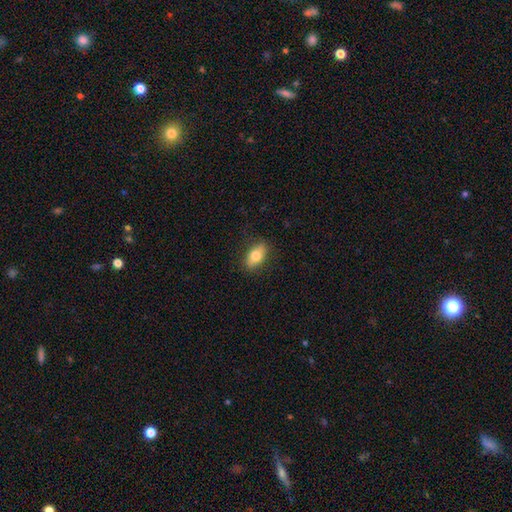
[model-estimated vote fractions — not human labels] Smooth or featured: smooth — 73% (featured or disk — 20%)
How rounded: in between — 84% (round — 9%)
Merging: none — 84% (minor disturbance — 12%)